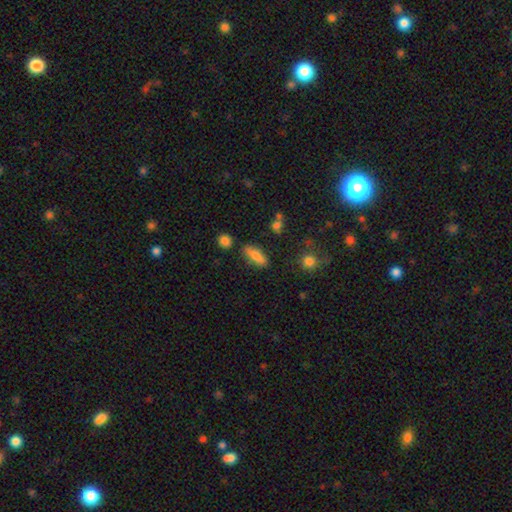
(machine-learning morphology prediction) Overall: smooth (74%). How rounded: in between (56%; cigar-shaped 40%). Merging: none (81%).